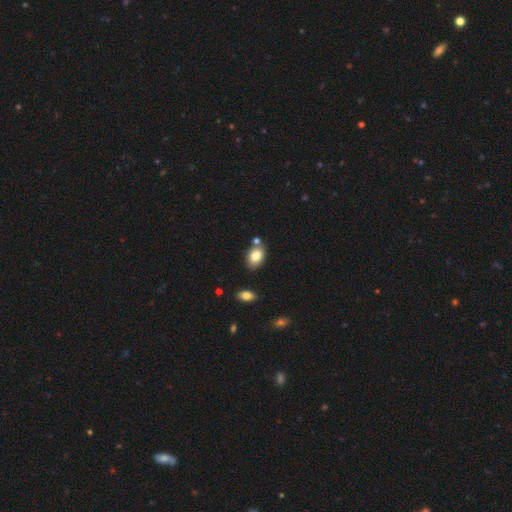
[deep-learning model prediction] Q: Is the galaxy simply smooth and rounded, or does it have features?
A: smooth — 80%.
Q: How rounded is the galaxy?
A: in between — 78%.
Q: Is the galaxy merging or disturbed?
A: none — 71%.